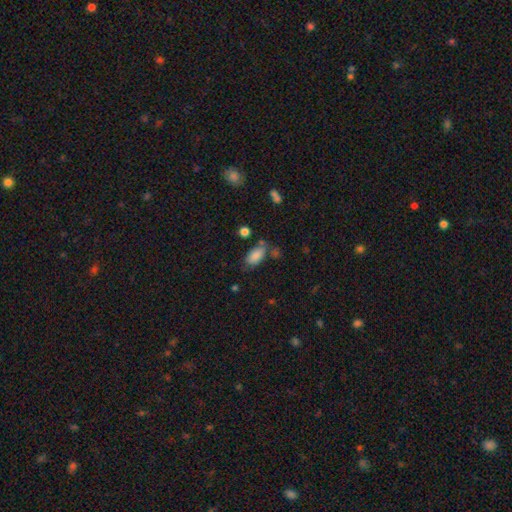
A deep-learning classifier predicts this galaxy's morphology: smooth 85%, star or artifact 8%, featured or disk 6%. Down the decision tree: how rounded — in between (92%); merging — none (61%).